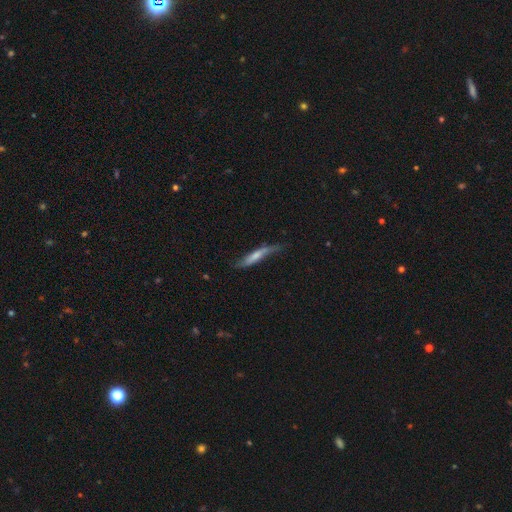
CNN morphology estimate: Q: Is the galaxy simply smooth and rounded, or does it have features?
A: smooth — 54%.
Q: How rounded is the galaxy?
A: cigar-shaped — 87%.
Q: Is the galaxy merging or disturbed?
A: none — 50%.